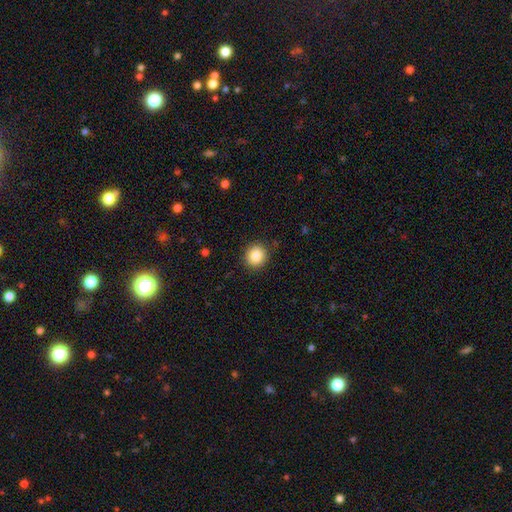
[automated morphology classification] This appears to be a smooth galaxy with no disk features (86%) that is round (89%). Merging: none (90%).